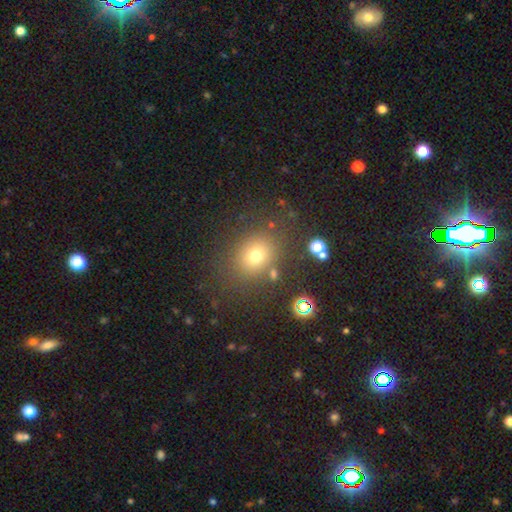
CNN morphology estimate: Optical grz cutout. It shows a smooth galaxy with no disk features (70%) that is round (57%). Merging: none (78%).